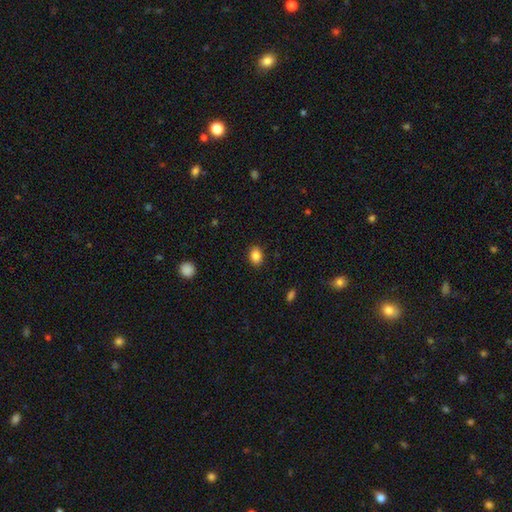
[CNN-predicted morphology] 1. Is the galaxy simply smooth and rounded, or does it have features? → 86% smooth, 9% star or artifact, 5% featured or disk.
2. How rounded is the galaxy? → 61% in between, 38% round, 1% cigar-shaped.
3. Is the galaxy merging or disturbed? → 89% none, 8% minor disturbance, 2% major disturbance, 1% merger.